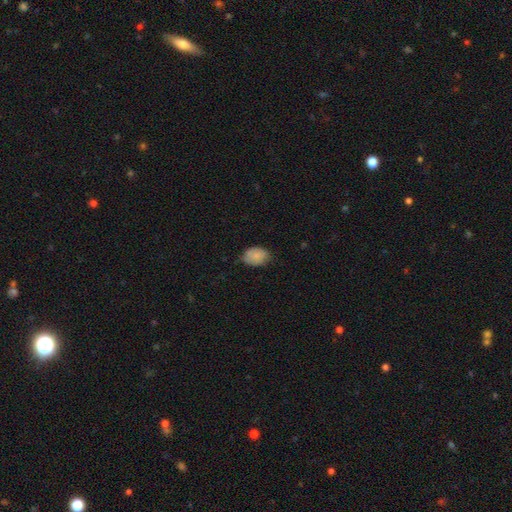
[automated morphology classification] The model was most divided on "merging": none: 64%, minor disturbance: 30%, major disturbance: 5%, merger: 1%. More confident: smooth or featured — smooth (81%); how rounded — in between (77%).